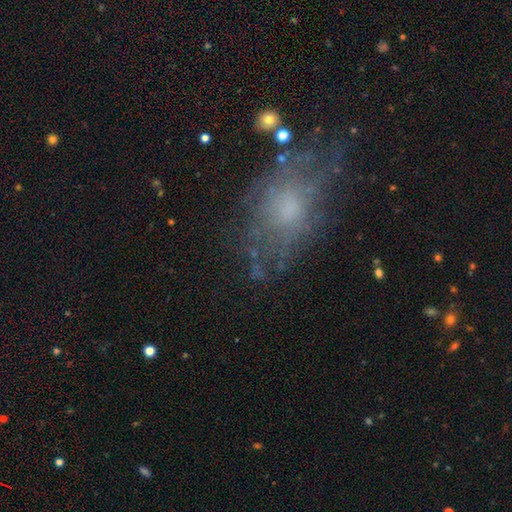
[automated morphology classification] Q: Smooth or featured?
A: featured or disk (42%); runner-up: smooth (41%)
Q: Merging?
A: none (59%); runner-up: minor disturbance (22%)